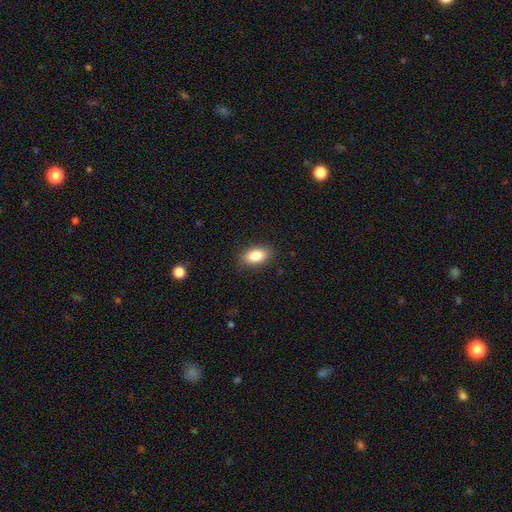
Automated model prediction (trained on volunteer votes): This appears to be a smooth galaxy with no disk features (83%) that is in between round and cigar-shaped (89%). Merging: none (88%).